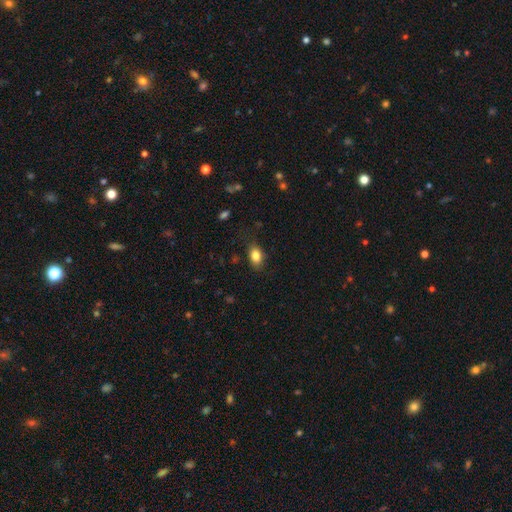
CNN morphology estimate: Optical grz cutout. It shows a smooth galaxy with no disk features (83%) that is in between round and cigar-shaped (81%). Merging: none (79%).